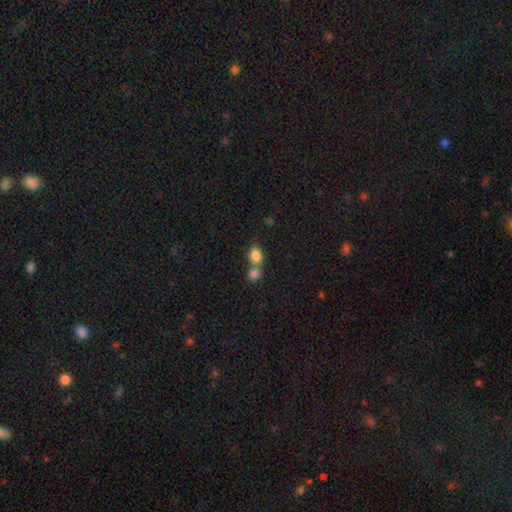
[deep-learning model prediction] smooth-or-featured: smooth: 84% | star or artifact: 9% | featured or disk: 8%
  how-rounded: in between: 65% | round: 33% | cigar-shaped: 2%
  merging: merger: 57% | none: 32% | minor disturbance: 7% | major disturbance: 3%